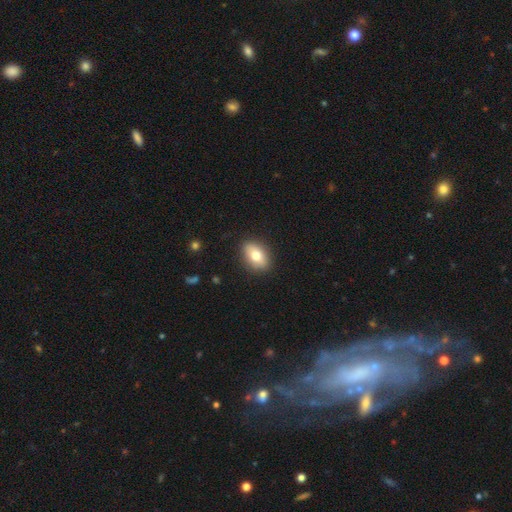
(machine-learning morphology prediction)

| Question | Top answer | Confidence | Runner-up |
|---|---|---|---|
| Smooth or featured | smooth | 73% | featured or disk (19%) |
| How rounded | in between | 81% | round (17%) |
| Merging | none | 88% | minor disturbance (9%) |